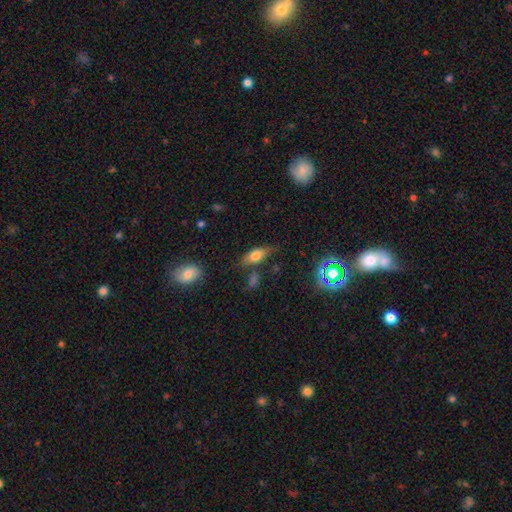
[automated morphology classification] This appears to be a smooth galaxy with no disk features (65%) that is in between round and cigar-shaped (75%). Merging: none (66%).